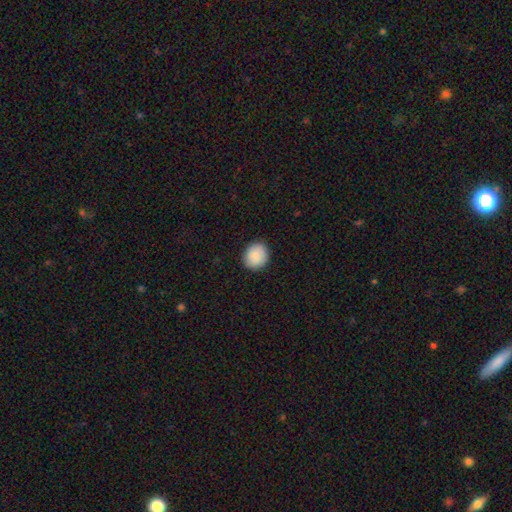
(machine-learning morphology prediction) smooth_or_featured: smooth (p=0.89) [alt: star or artifact p=0.07]
how_rounded: round (p=0.77) [alt: in between p=0.22]
merging: none (p=0.90) [alt: minor disturbance p=0.07]